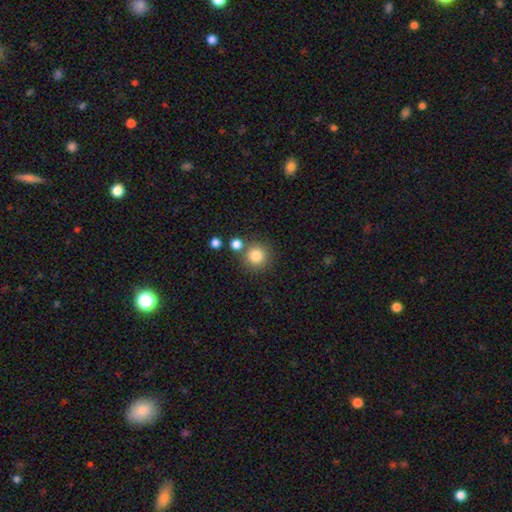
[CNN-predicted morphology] This appears to be a smooth galaxy with no disk features (82%) that is round (94%). Merging: none (77%).